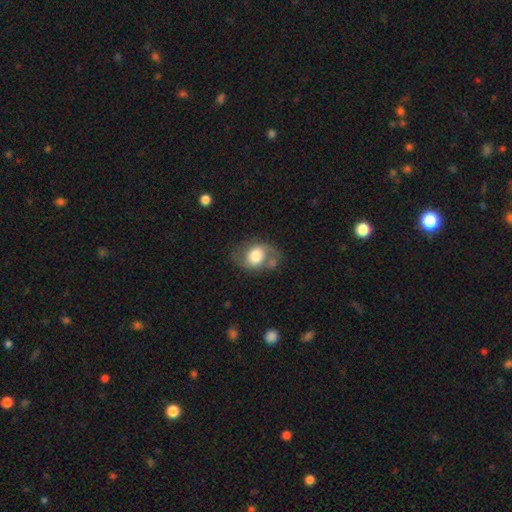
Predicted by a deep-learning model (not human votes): A smooth galaxy with no disk features (50%) that is in between round and cigar-shaped (55%). Merging: none (54%).